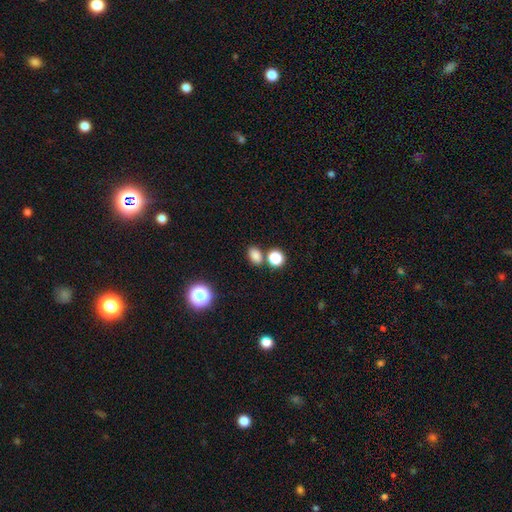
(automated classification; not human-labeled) smooth 81%, star or artifact 15%, featured or disk 5%. Down the decision tree: how rounded — in between (69%); merging — none (71%).